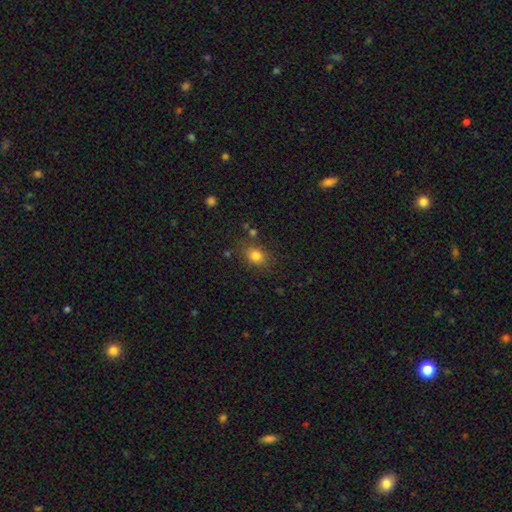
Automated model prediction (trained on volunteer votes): A smooth galaxy with no disk features (81%) that is in between round and cigar-shaped (56%).

Vote fractions:
- Smooth or featured? smooth: 81% / star or artifact: 11% / featured or disk: 7%
- How rounded? in between: 56% / round: 43% / cigar-shaped: 1%
- Merging? none: 76% / minor disturbance: 15% / major disturbance: 5% / merger: 4%